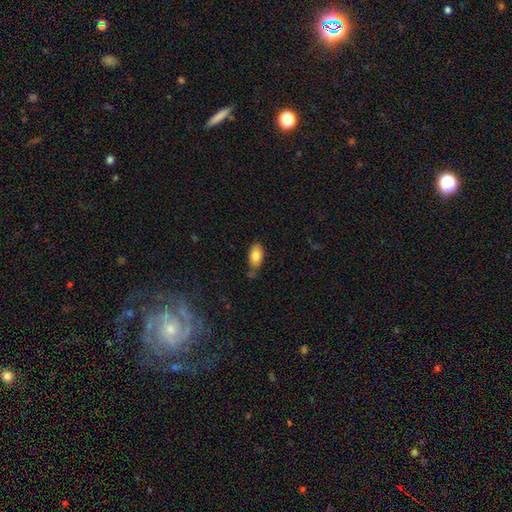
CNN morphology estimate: Smooth or featured? smooth (81%)
How rounded? in between (92%)
Merging? none (65%)